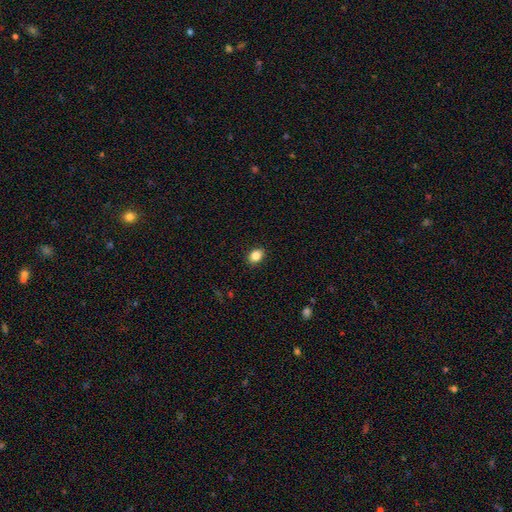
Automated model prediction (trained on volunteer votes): Smooth or featured? Predicted: smooth (p=0.85). How rounded? Predicted: in between (p=0.67). Merging? Predicted: none (p=0.89).